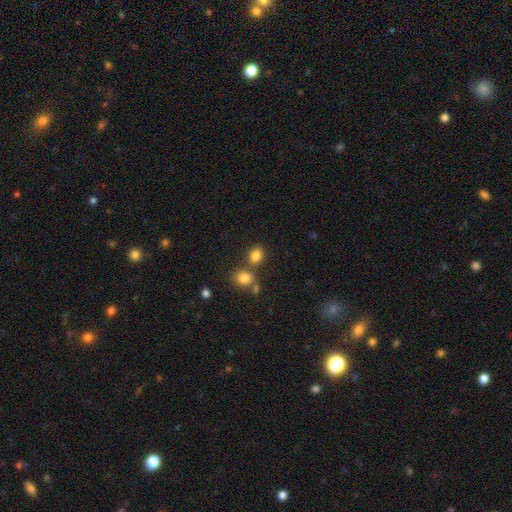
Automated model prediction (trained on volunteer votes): smooth 82%, star or artifact 11%, featured or disk 7%. Down the decision tree: how rounded — in between (54%); merging — none (64%).